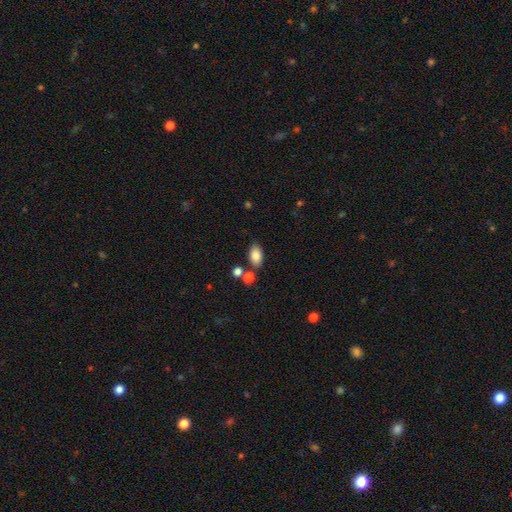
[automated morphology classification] Smooth or featured: smooth — 84% (star or artifact — 9%)
How rounded: in between — 90% (round — 8%)
Merging: none — 71% (minor disturbance — 13%)